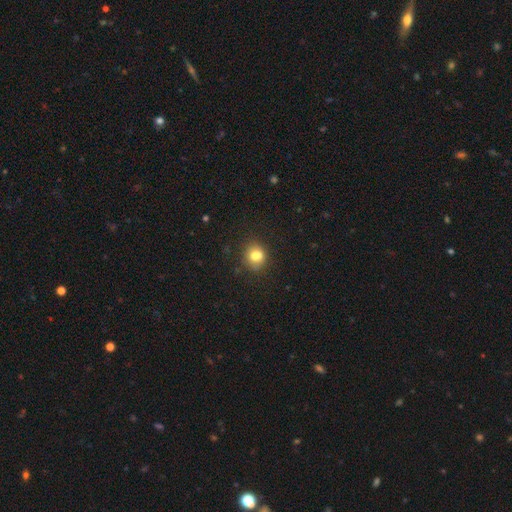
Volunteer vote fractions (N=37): smooth-or-featured: smooth: 78% | featured or disk: 16% | star or artifact: 5%
  how-rounded: round: 76% | in between: 24% | cigar-shaped: 0%
  merging: none: 57% | minor disturbance: 26% | merger: 11% | major disturbance: 6%